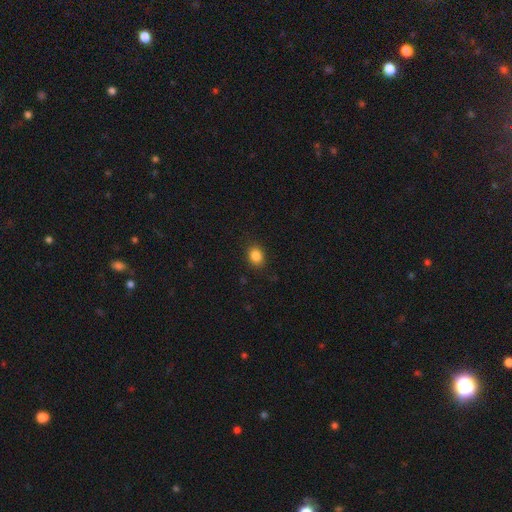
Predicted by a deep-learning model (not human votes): Q: Smooth or featured?
A: smooth (85%); runner-up: star or artifact (10%)
Q: How rounded?
A: in between (50%); runner-up: round (49%)
Q: Merging?
A: none (87%); runner-up: minor disturbance (9%)